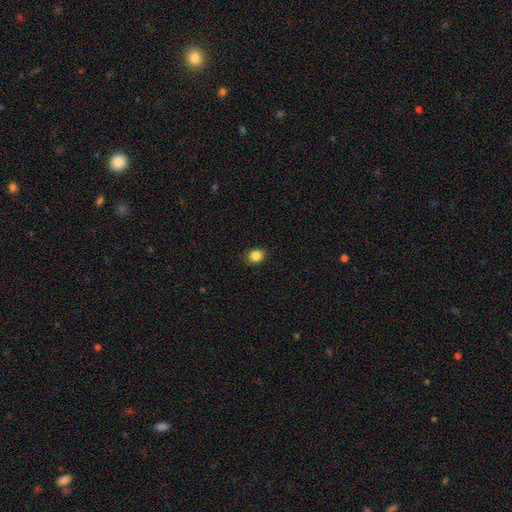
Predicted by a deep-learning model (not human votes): A smooth galaxy with no disk features (85%) that is round (71%). Merging: none (87%).